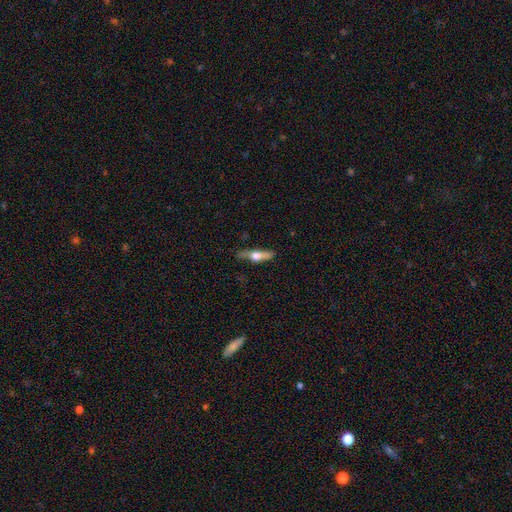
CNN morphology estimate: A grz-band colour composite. It shows a featured or disk galaxy (58%) viewed edge-on (94%) with a rounded central bulge (94%). Merging: none (78%).